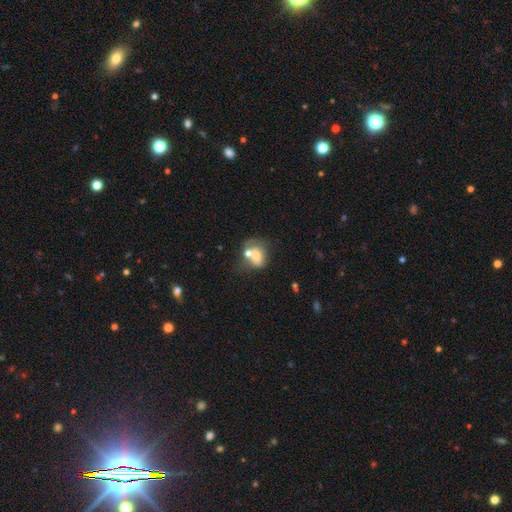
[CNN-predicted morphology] The model was most divided on "how rounded": in between: 51%, round: 48%, cigar-shaped: 1%. More confident: smooth or featured — smooth (59%); merging — merger (53%).